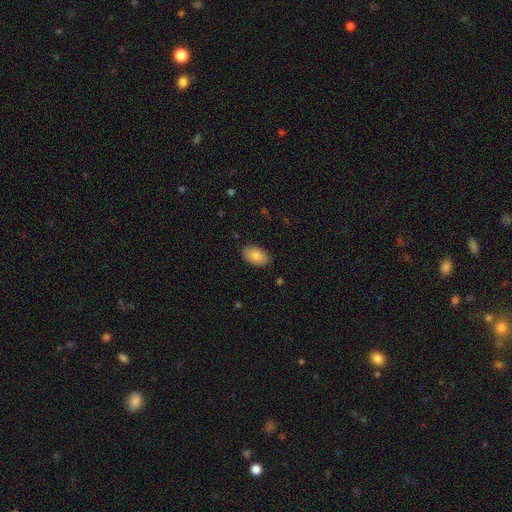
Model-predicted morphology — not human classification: smooth-or-featured: smooth: 86% | featured or disk: 7% | star or artifact: 7%
  how-rounded: in between: 93% | round: 6% | cigar-shaped: 1%
  merging: none: 87% | minor disturbance: 10% | major disturbance: 2% | merger: 1%